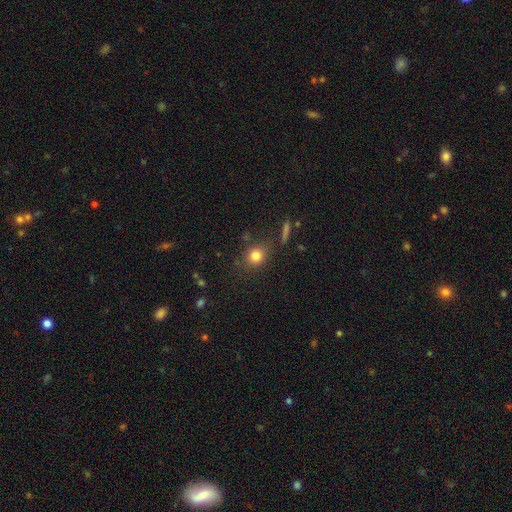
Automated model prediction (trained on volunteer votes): smooth 80%, star or artifact 12%, featured or disk 8%. Down the decision tree: how rounded — round (73%); merging — none (79%).